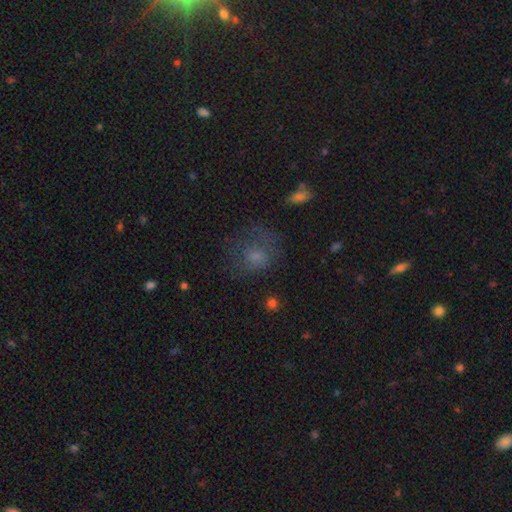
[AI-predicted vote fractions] smooth-or-featured: smooth: 54% | featured or disk: 25% | star or artifact: 21%
  how-rounded: round: 67% | in between: 32% | cigar-shaped: 1%
  merging: none: 52% | major disturbance: 25% | minor disturbance: 21% | merger: 2%